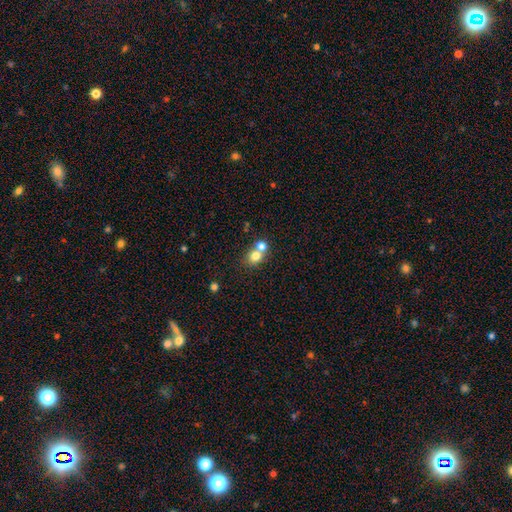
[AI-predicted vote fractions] A smooth galaxy with no disk features (75%) that is round (72%). Merging: merger (56%).